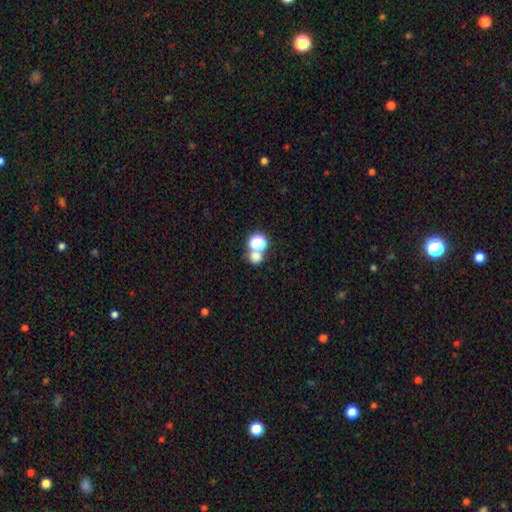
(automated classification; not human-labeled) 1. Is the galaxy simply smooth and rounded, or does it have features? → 67% smooth, 25% star or artifact, 9% featured or disk.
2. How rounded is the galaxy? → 78% round, 21% in between, 1% cigar-shaped.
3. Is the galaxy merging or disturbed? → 51% none, 37% merger, 7% minor disturbance, 4% major disturbance.